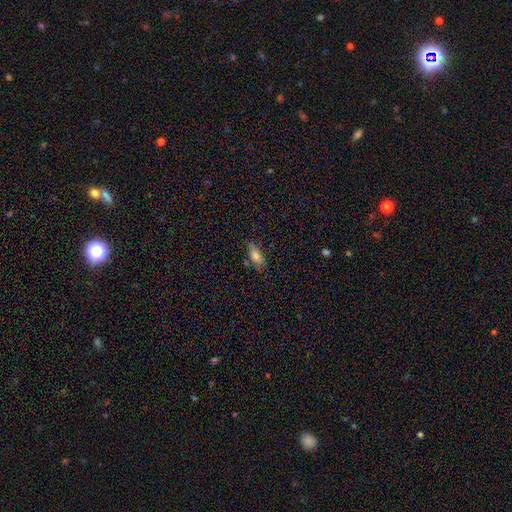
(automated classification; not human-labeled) smooth-or-featured: smooth: 78% | featured or disk: 13% | star or artifact: 9%
  how-rounded: in between: 79% | cigar-shaped: 18% | round: 3%
  merging: none: 72% | minor disturbance: 20% | major disturbance: 5% | merger: 3%